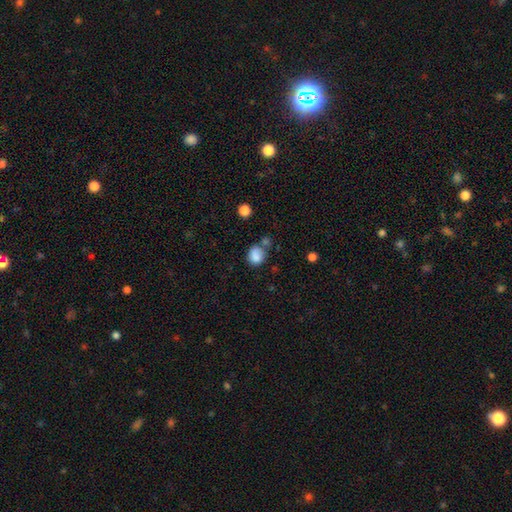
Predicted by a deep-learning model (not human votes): This is clearly a smooth galaxy (82%). How rounded: likely round (61%). Merging: possibly none (51%).